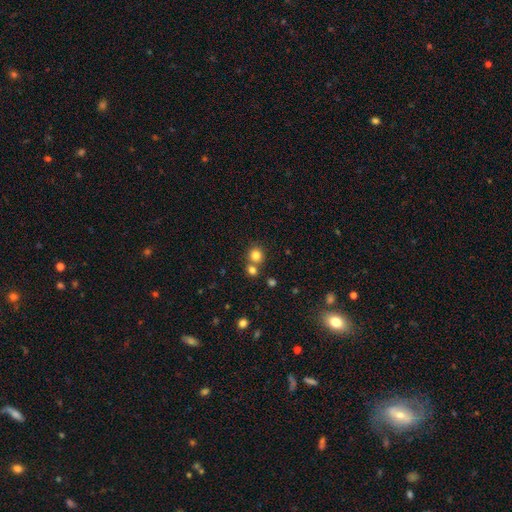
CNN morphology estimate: This appears to be a smooth galaxy with no disk features (81%) that is round (88%). Merging: none (62%).